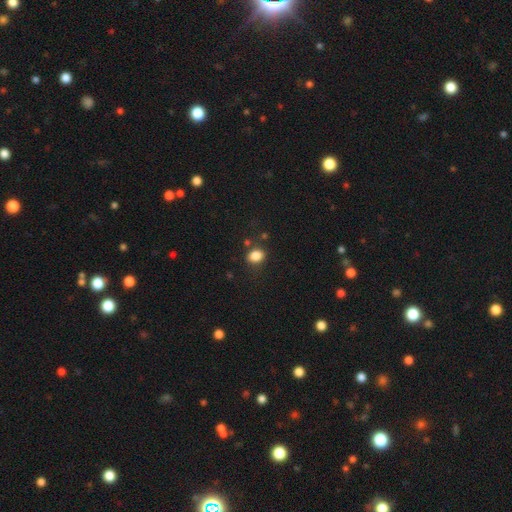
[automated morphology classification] Smooth or featured? Predicted: smooth (p=0.85). How rounded? Predicted: in between (p=0.61). Merging? Predicted: none (p=0.77).